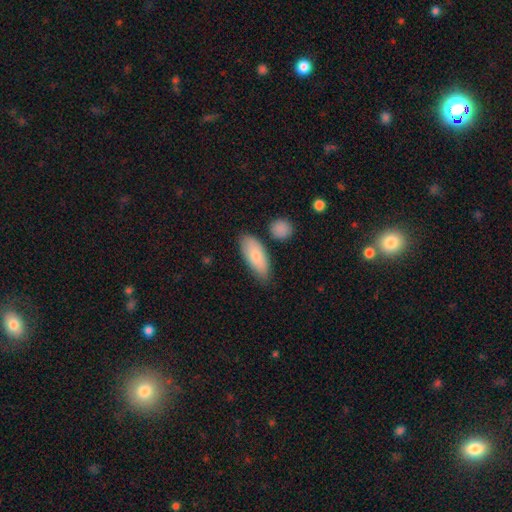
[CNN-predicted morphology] smooth_or_featured: smooth (p=0.80) [alt: featured or disk p=0.14]
how_rounded: in between (p=0.80) [alt: cigar-shaped p=0.17]
merging: none (p=0.74) [alt: minor disturbance p=0.17]